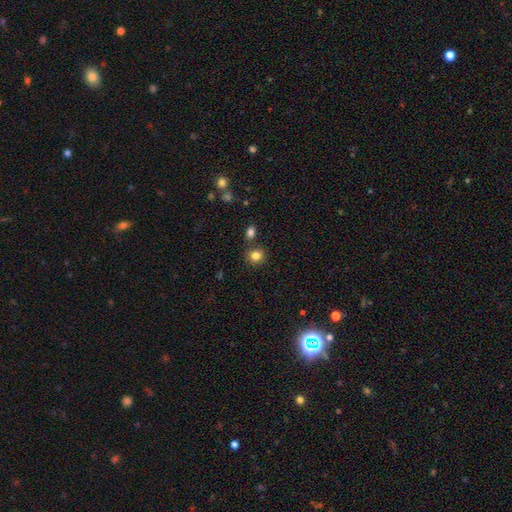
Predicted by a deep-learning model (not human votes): Smooth or featured? smooth (83%)
How rounded? round (82%)
Merging? none (75%)